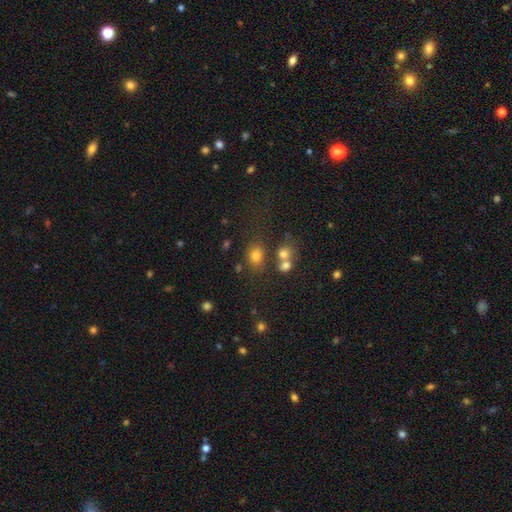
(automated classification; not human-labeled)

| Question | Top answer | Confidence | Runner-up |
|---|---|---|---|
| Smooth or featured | smooth | 76% | star or artifact (15%) |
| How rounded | in between | 53% | round (46%) |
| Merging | none | 61% | merger (19%) |